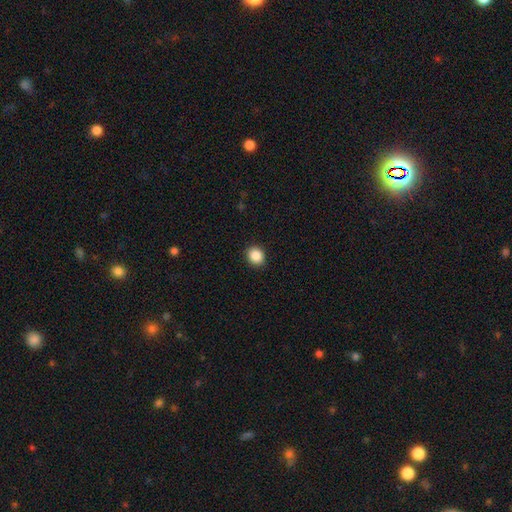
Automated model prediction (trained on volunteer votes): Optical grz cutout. It shows a smooth galaxy with no disk features (88%) that is round (75%). Merging: none (91%).